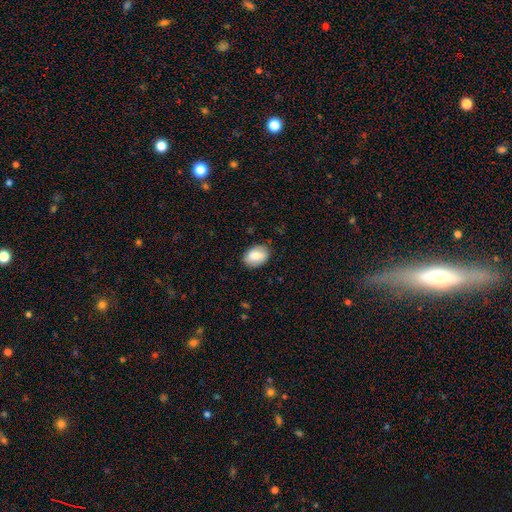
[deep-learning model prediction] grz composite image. It shows a smooth galaxy with no disk features (79%) that is in between round and cigar-shaped (85%). Merging: none (82%).